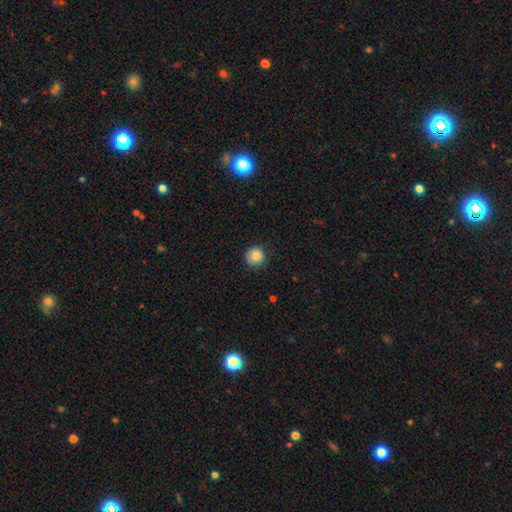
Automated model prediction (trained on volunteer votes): Smooth or featured? Predicted: smooth (p=0.85). How rounded? Predicted: round (p=0.94). Merging? Predicted: none (p=0.86).